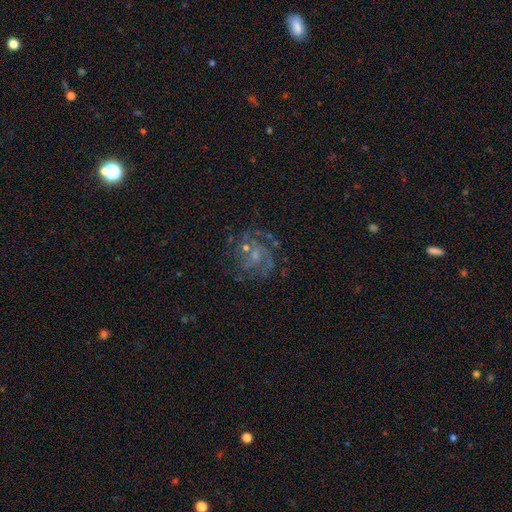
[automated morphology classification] This appears to be a featured or disk galaxy (75%) with no bar (59%), medium (44%) spiral arms (83%) and a small central bulge (53%). Merging: none (57%).